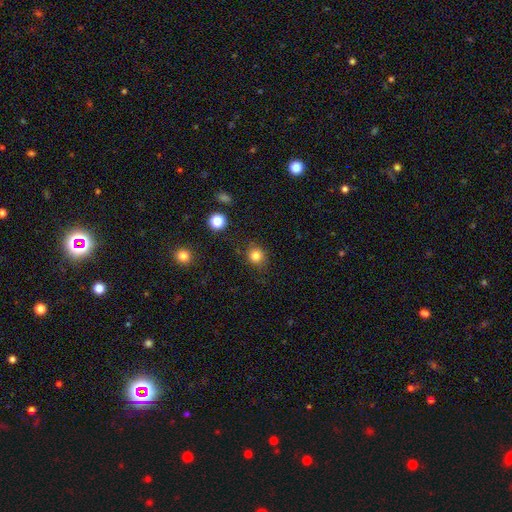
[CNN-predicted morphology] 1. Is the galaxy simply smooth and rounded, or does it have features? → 82% smooth, 13% star or artifact, 6% featured or disk.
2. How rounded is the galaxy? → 80% round, 19% in between, 1% cigar-shaped.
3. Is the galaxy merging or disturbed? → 83% none, 12% minor disturbance, 3% major disturbance, 2% merger.